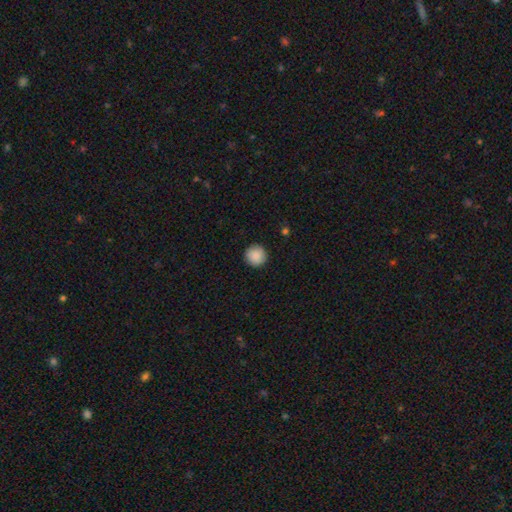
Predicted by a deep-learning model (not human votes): smooth_or_featured: smooth (p=0.90) [alt: star or artifact p=0.08]
how_rounded: round (p=0.96) [alt: in between p=0.03]
merging: none (p=0.92) [alt: minor disturbance p=0.05]